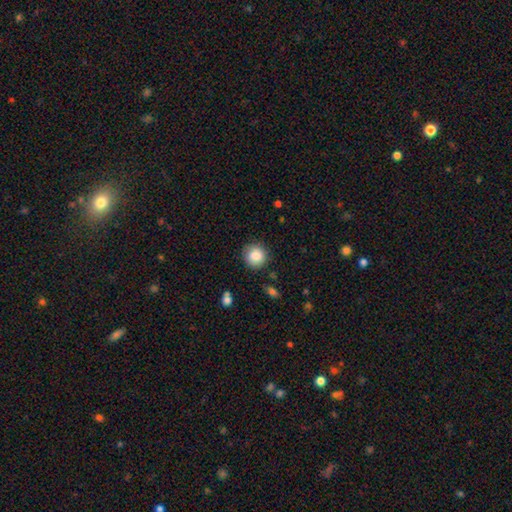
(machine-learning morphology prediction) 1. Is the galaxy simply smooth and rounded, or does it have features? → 86% smooth, 9% star or artifact, 5% featured or disk.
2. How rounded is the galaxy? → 92% round, 7% in between, 1% cigar-shaped.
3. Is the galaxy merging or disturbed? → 87% none, 9% minor disturbance, 2% major disturbance, 2% merger.